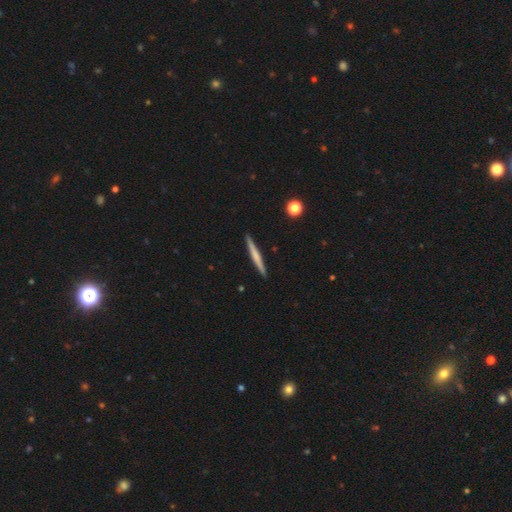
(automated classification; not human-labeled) Smooth or featured: smooth — 52% (featured or disk — 43%)
How rounded: cigar-shaped — 96% (in between — 2%)
Merging: none — 92% (minor disturbance — 6%)